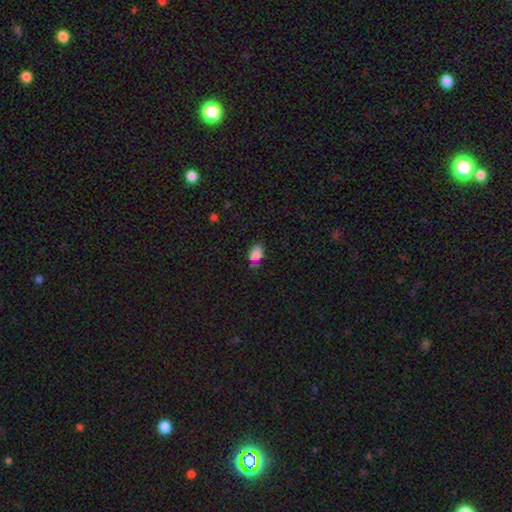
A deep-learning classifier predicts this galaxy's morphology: The model was most divided on "merging": none: 62%, minor disturbance: 27%, major disturbance: 6%, merger: 5%. More confident: how rounded — in between (87%); smooth or featured — smooth (81%).